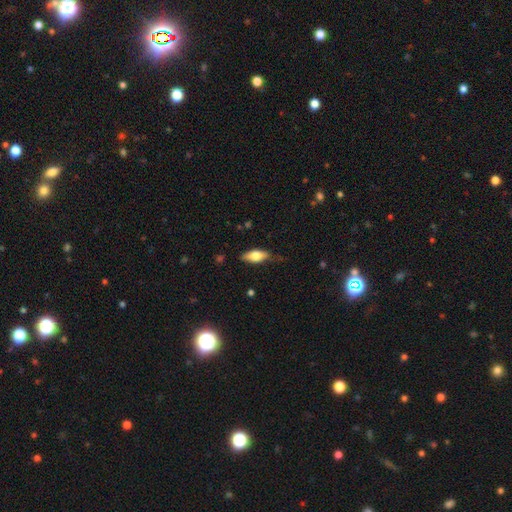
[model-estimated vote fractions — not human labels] Smooth or featured?
  - smooth: 65% *
  - featured or disk: 29%
  - star or artifact: 6%
How rounded?
  - in between: 78% *
  - cigar-shaped: 19%
  - round: 3%
Merging?
  - none: 68% *
  - minor disturbance: 24%
  - major disturbance: 6%
  - merger: 2%